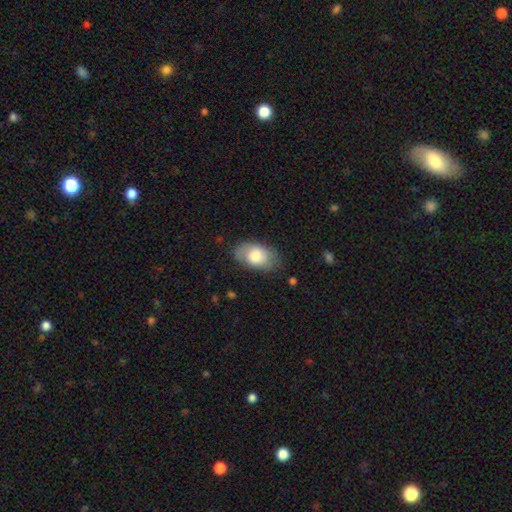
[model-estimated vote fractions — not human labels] This is likely a smooth galaxy (73%). How rounded: clearly in between (92%). Merging: likely none (73%).